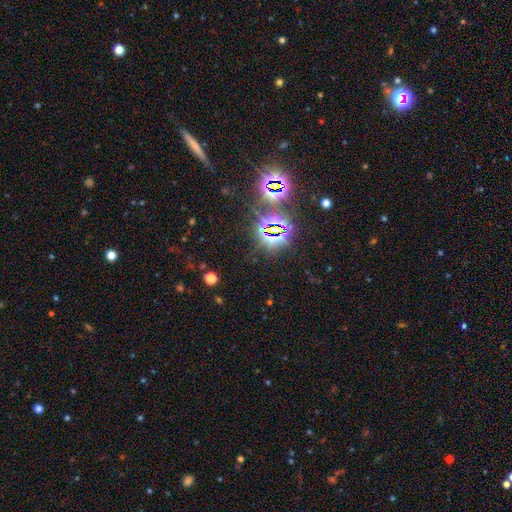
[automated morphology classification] Overall: star or artifact (79%).